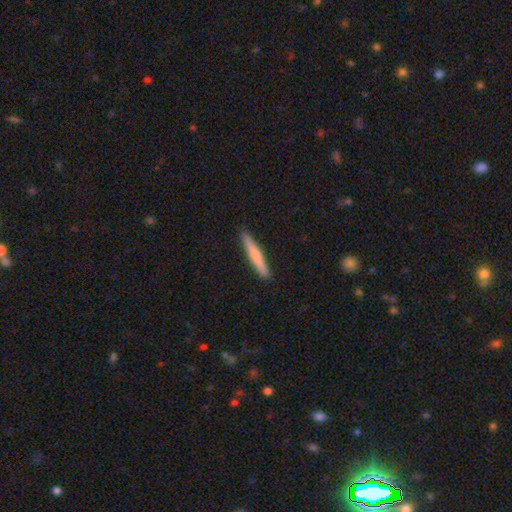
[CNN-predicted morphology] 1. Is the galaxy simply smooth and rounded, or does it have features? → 67% smooth, 28% featured or disk, 5% star or artifact.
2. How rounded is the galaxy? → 94% cigar-shaped, 4% in between, 1% round.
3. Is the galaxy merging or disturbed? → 91% none, 7% minor disturbance, 1% major disturbance, 1% merger.